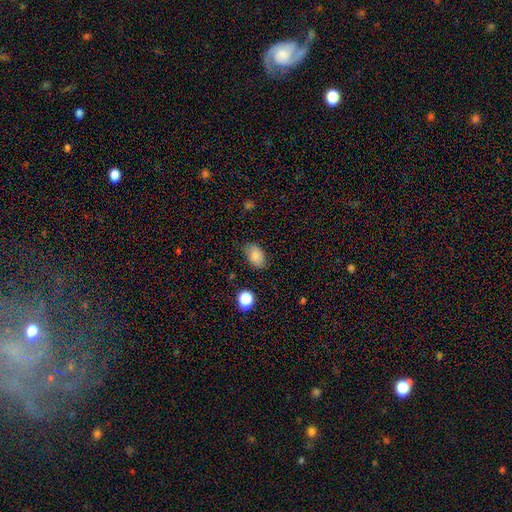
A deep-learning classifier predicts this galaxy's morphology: smooth_or_featured: smooth (p=0.83) [alt: star or artifact p=0.10]
how_rounded: in between (p=0.88) [alt: round p=0.11]
merging: none (p=0.78) [alt: minor disturbance p=0.17]